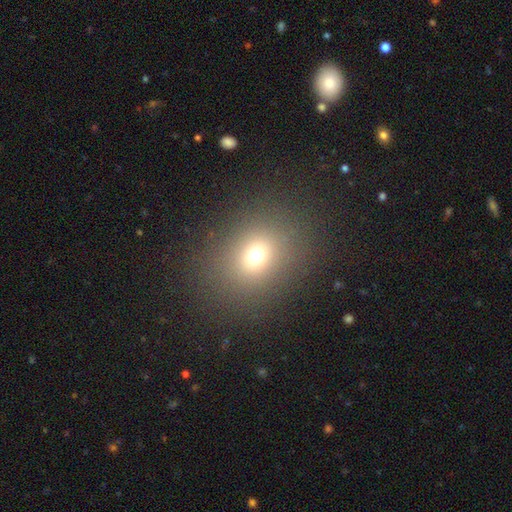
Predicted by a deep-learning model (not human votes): This appears to be a smooth galaxy with no disk features (69%) that is round (62%). Merging: none (85%).